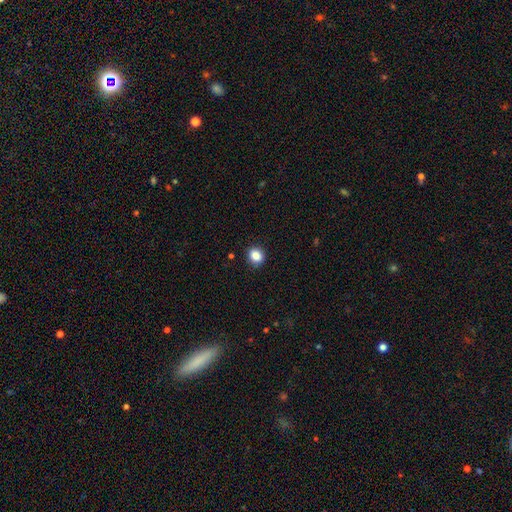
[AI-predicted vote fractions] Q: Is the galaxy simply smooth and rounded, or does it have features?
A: smooth — 86%.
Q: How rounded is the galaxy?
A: round — 72%.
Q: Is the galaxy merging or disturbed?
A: none — 90%.